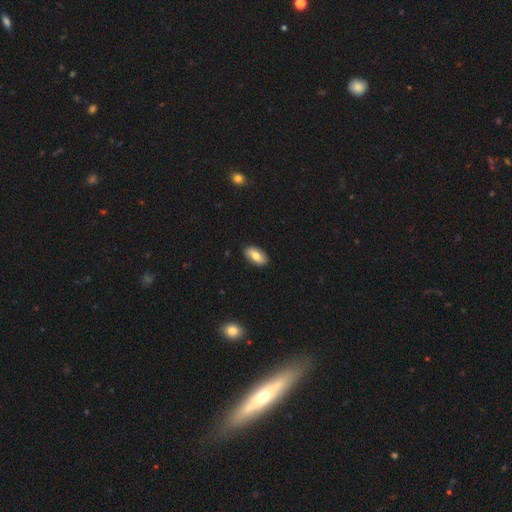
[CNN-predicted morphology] Overall: smooth (73%). How rounded: in between (92%). Merging: none (89%).